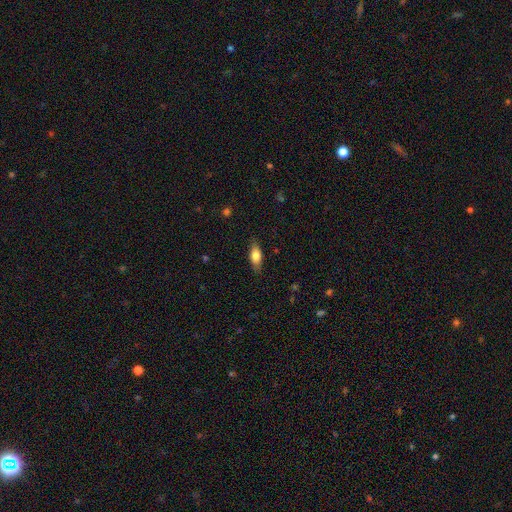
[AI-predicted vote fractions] The model was most divided on "smooth or featured": smooth: 76%, featured or disk: 18%, star or artifact: 7%. More confident: merging — none (84%); how rounded — in between (79%).